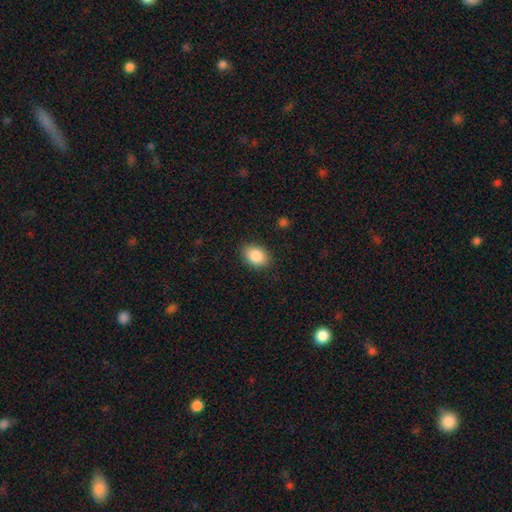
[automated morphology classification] smooth 87%, star or artifact 8%, featured or disk 5%. Down the decision tree: how rounded — in between (75%); merging — none (87%).